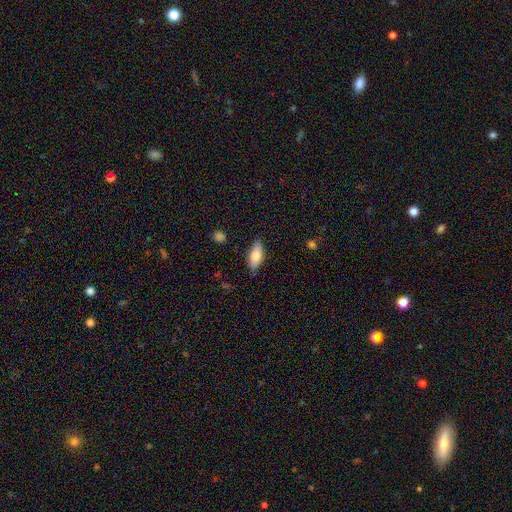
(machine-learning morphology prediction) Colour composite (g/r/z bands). It shows a smooth galaxy with no disk features (77%) that is in between round and cigar-shaped (83%). Merging: none (81%).